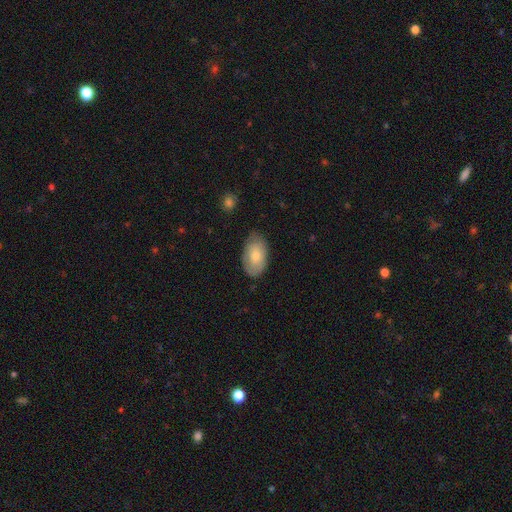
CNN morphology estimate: smooth-or-featured: smooth: 74% | featured or disk: 20% | star or artifact: 6%
  how-rounded: in between: 93% | round: 5% | cigar-shaped: 1%
  merging: none: 73% | minor disturbance: 22% | major disturbance: 4% | merger: 1%